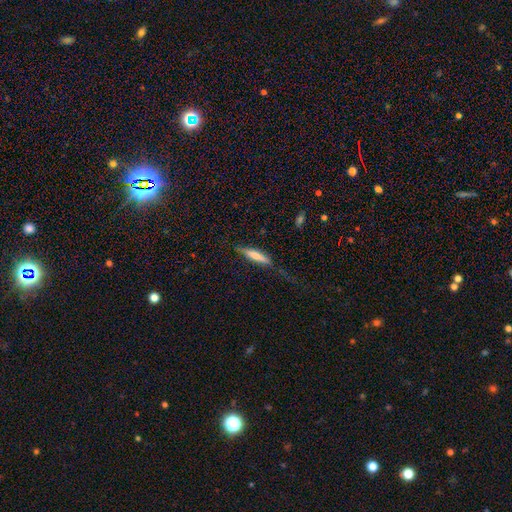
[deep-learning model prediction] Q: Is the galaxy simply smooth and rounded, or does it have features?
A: smooth — 55%.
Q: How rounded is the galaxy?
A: cigar-shaped — 81%.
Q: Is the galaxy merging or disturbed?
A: none — 64%.